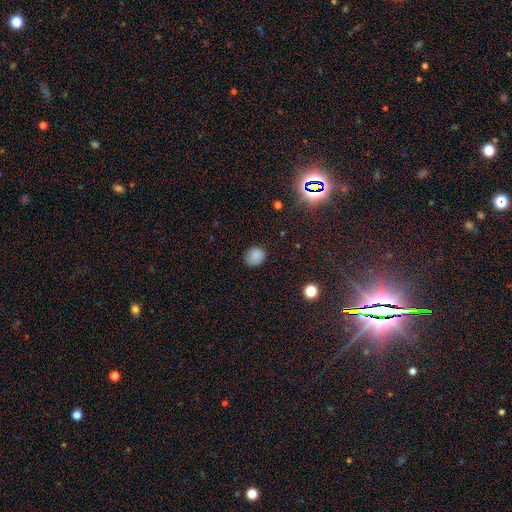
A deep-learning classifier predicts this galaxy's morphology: Overall: smooth (83%). How rounded: round (74%). Merging: none (82%).